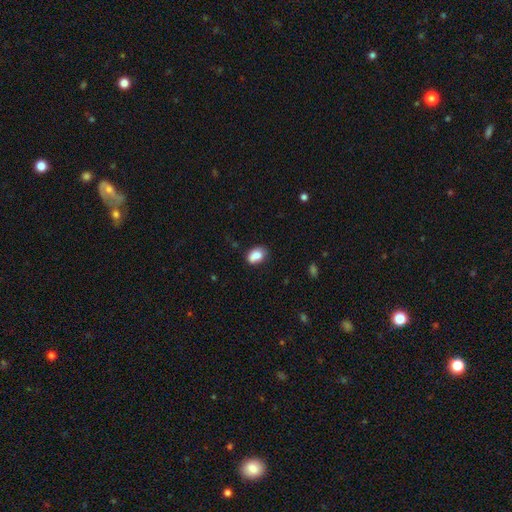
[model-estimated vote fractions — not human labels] Smooth or featured? smooth (81%)
How rounded? in between (81%)
Merging? none (55%)